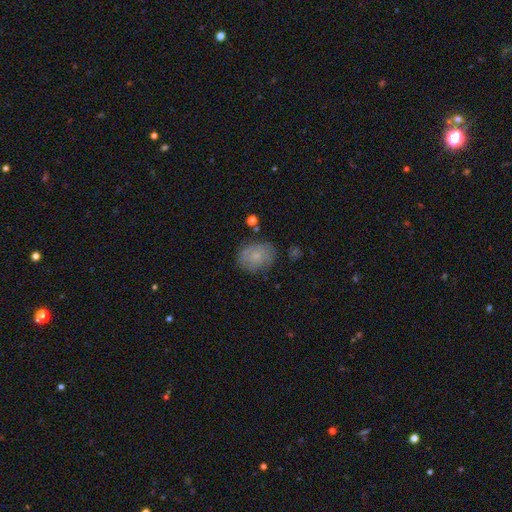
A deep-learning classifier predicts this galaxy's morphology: type=smooth (66%); roundness=in between (59%); merging=none (73%).